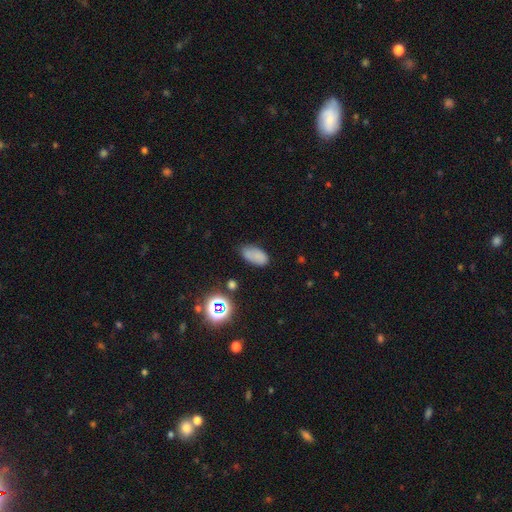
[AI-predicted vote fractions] This appears to be a smooth galaxy with no disk features (76%) that is in between round and cigar-shaped (93%). Merging: none (65%).